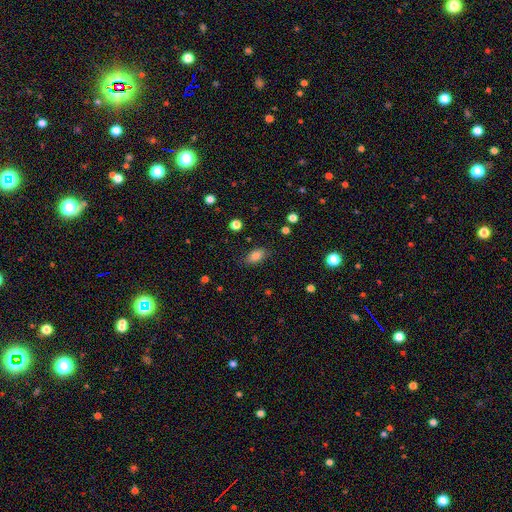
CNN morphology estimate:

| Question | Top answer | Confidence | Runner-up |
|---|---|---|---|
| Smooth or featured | smooth | 81% | star or artifact (11%) |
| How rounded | in between | 88% | round (8%) |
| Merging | none | 82% | minor disturbance (13%) |